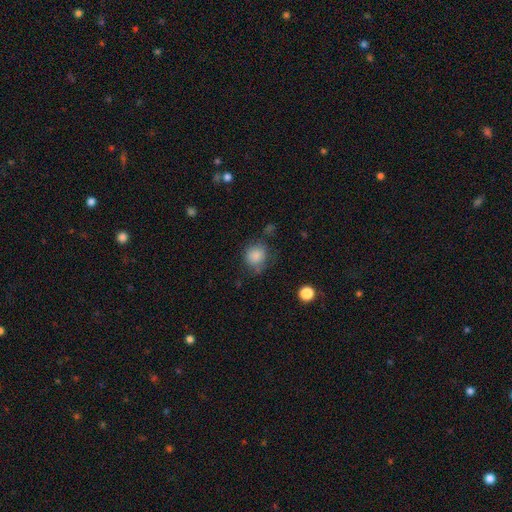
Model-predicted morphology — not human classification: The model was most divided on "merging": none: 61%, minor disturbance: 25%, major disturbance: 10%, merger: 4%. More confident: smooth or featured — smooth (85%); how rounded — round (76%).